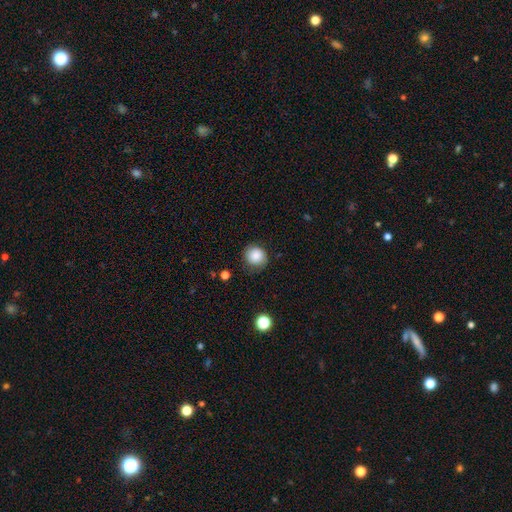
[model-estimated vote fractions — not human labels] The model was most divided on "merging": none: 78%, minor disturbance: 16%, major disturbance: 4%, merger: 1%. More confident: how rounded — round (87%); smooth or featured — smooth (85%).